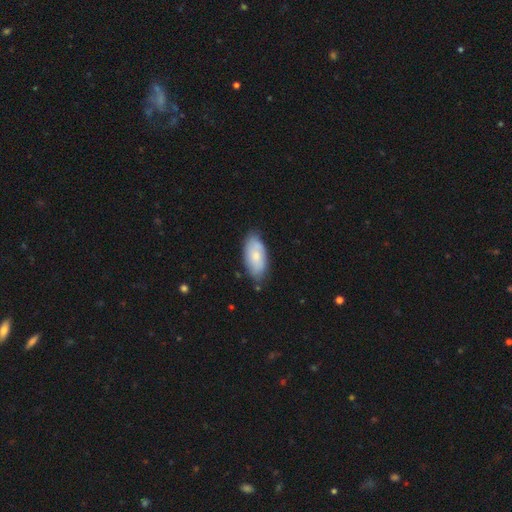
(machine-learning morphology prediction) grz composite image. It shows a smooth galaxy with no disk features (63%) that is in between round and cigar-shaped (92%). Merging: none (74%).